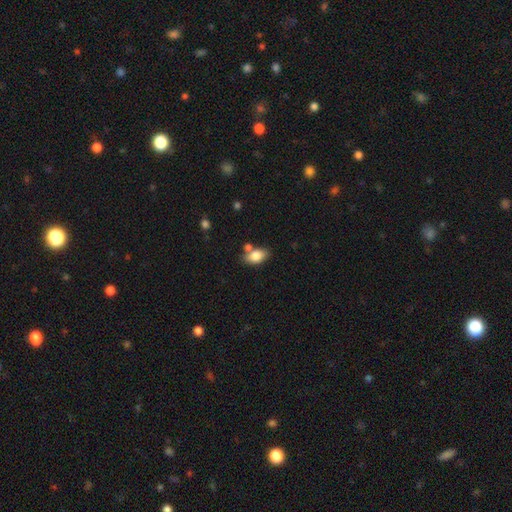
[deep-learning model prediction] A smooth galaxy with no disk features (80%) that is in between round and cigar-shaped (89%). Merging: none (66%).